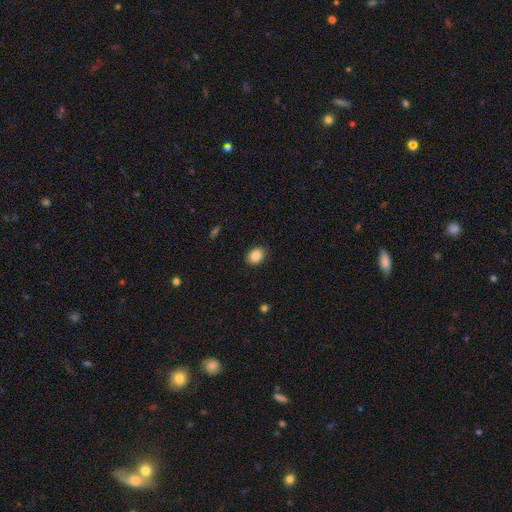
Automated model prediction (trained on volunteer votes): Smooth or featured? Predicted: smooth (p=0.88). How rounded? Predicted: in between (p=0.54). Merging? Predicted: none (p=0.86).